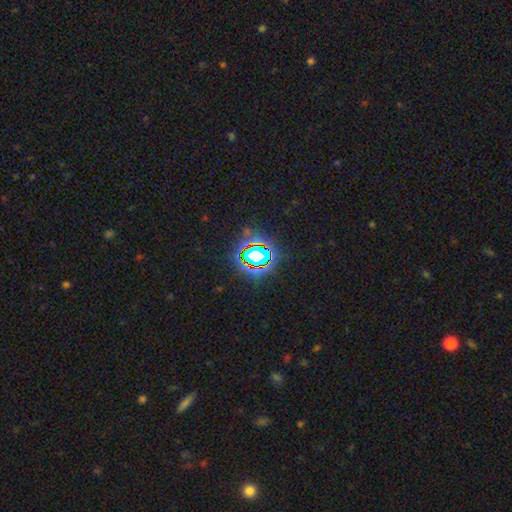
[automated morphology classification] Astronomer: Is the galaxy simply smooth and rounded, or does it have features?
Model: star or artifact — 73%.